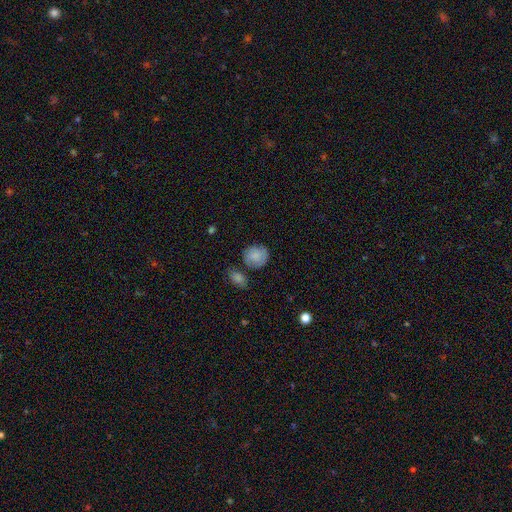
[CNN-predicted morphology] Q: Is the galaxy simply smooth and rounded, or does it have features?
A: smooth — 73%.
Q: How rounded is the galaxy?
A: round — 75%.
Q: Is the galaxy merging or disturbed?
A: none — 65%.